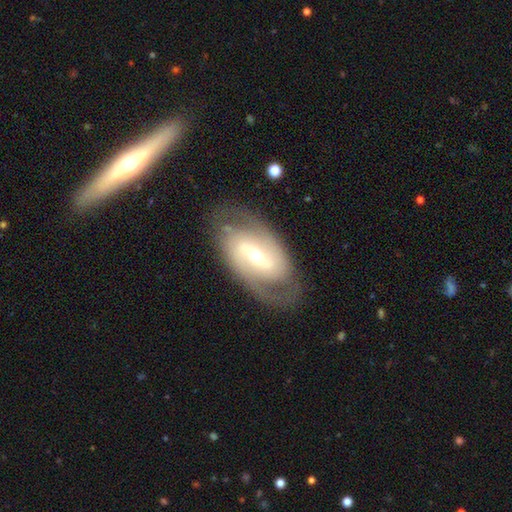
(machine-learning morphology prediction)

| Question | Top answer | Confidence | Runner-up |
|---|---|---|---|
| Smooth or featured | featured or disk | 80% | smooth (15%) |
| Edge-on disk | no | 94% | yes (6%) |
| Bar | weak | 43% | strong (36%) |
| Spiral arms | yes | 87% | no (13%) |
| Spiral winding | medium | 42% | tight (38%) |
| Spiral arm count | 2 | 74% | can't tell (16%) |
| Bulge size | small | 49% | moderate (46%) |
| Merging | none | 75% | minor disturbance (15%) |